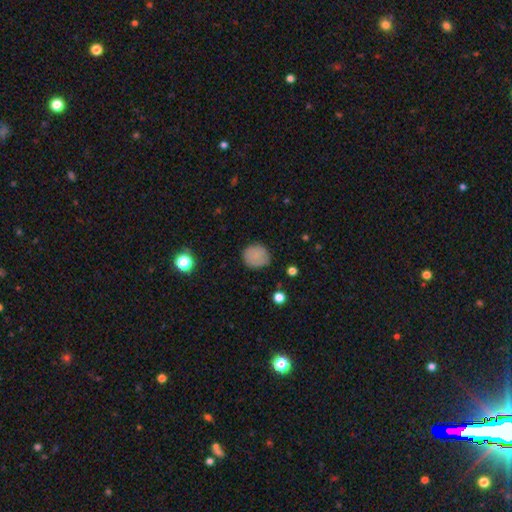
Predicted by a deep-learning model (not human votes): smooth-or-featured: smooth: 82% | star or artifact: 10% | featured or disk: 8%
  how-rounded: round: 84% | in between: 15% | cigar-shaped: 1%
  merging: none: 80% | minor disturbance: 15% | major disturbance: 4% | merger: 1%